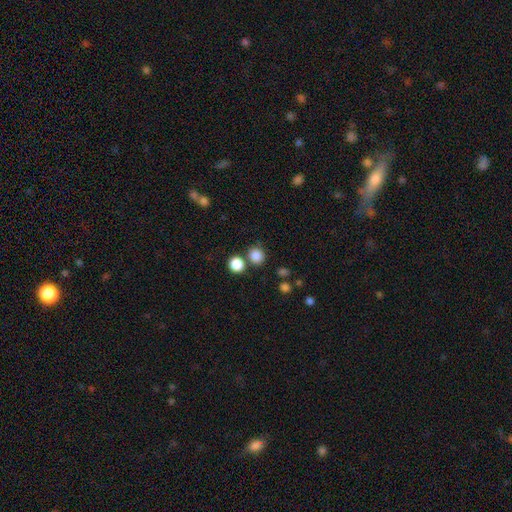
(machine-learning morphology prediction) The model was most divided on "merging": none: 74%, merger: 14%, minor disturbance: 8%, major disturbance: 3%. More confident: how rounded — round (87%); smooth or featured — smooth (84%).